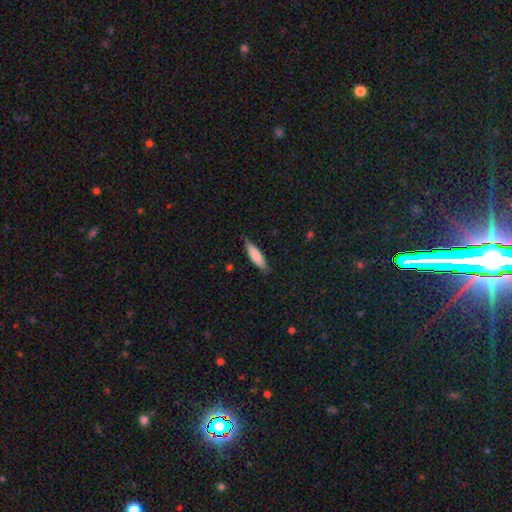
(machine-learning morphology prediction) Smooth or featured? Predicted: smooth (p=0.78). How rounded? Predicted: cigar-shaped (p=0.65). Merging? Predicted: none (p=0.85).